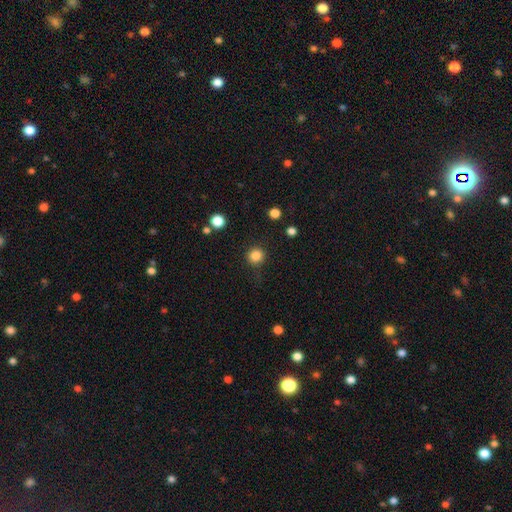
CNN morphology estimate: smooth_or_featured: smooth (p=0.85) [alt: star or artifact p=0.12]
how_rounded: round (p=0.93) [alt: in between p=0.06]
merging: none (p=0.87) [alt: minor disturbance p=0.08]